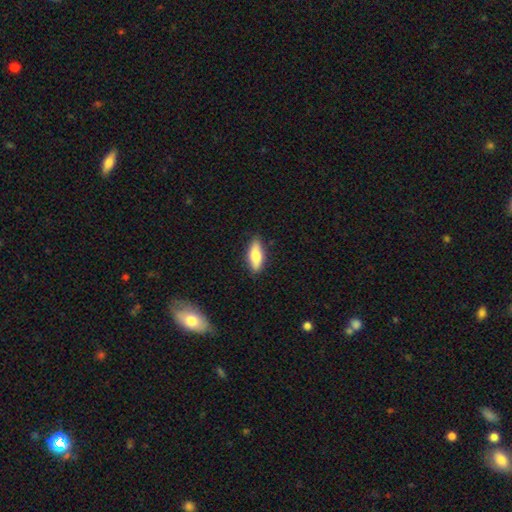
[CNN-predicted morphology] Overall: smooth (73%). How rounded: in between (66%; cigar-shaped 31%). Merging: none (84%).